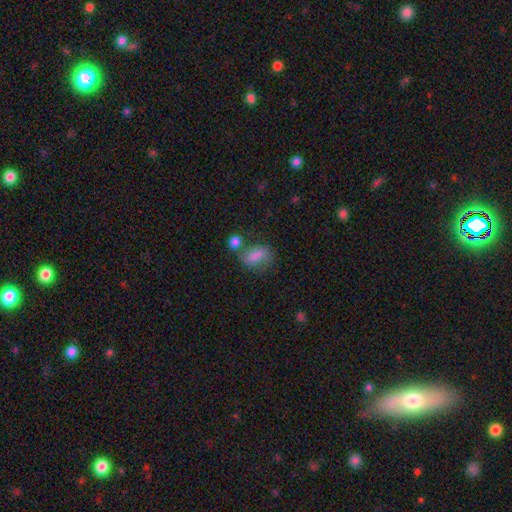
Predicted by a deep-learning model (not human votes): Morphology: type=smooth (77%); roundness=in between (81%); merging=none (42%).